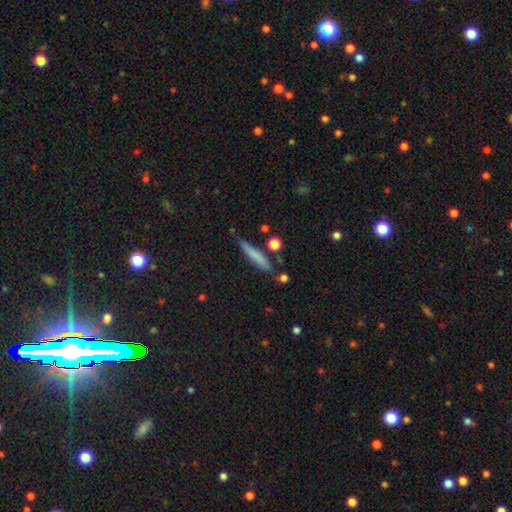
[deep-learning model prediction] This appears to be a smooth galaxy with no disk features (69%) that is cigar-shaped (90%). Merging: none (76%).